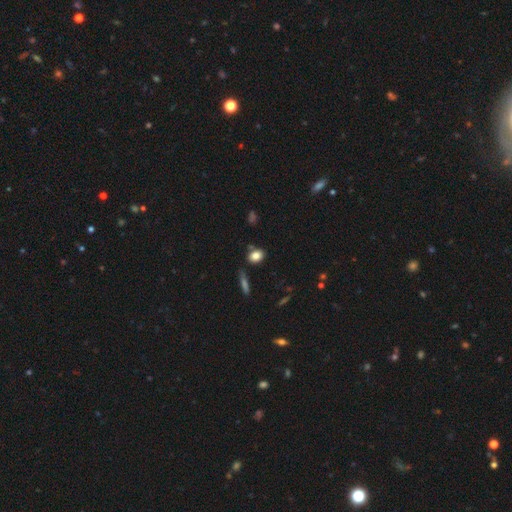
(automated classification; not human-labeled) smooth 82%, star or artifact 10%, featured or disk 8%. Down the decision tree: how rounded — in between (68%); merging — none (75%).